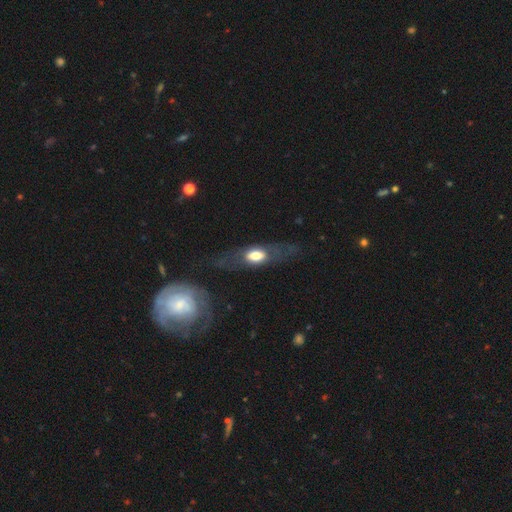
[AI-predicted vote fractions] This appears to be a featured or disk galaxy (49%). Merging: none (66%).